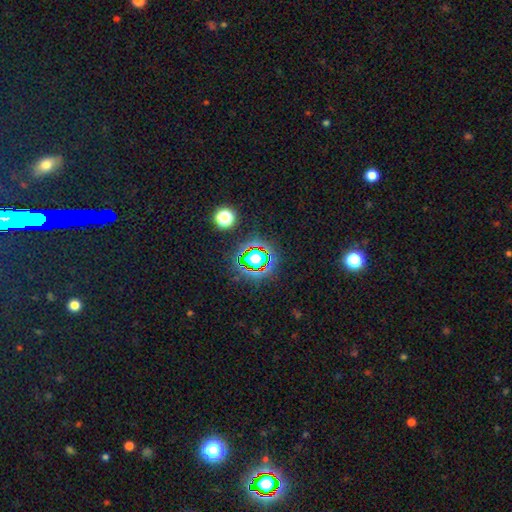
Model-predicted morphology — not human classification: The model was most divided on "smooth or featured": star or artifact: 66%, smooth: 23%, featured or disk: 11%.